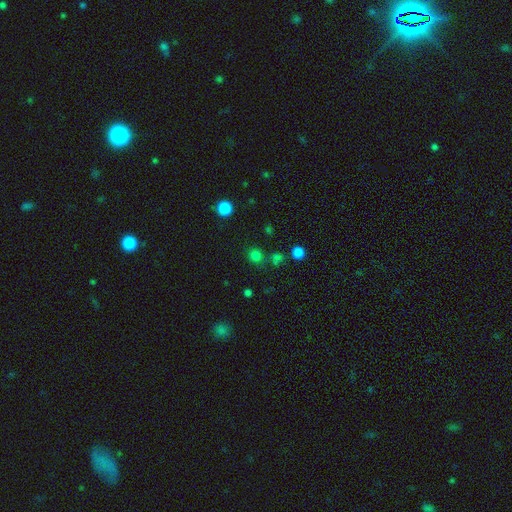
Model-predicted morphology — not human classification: type=smooth (75%); roundness=round (89%); merging=none (79%).